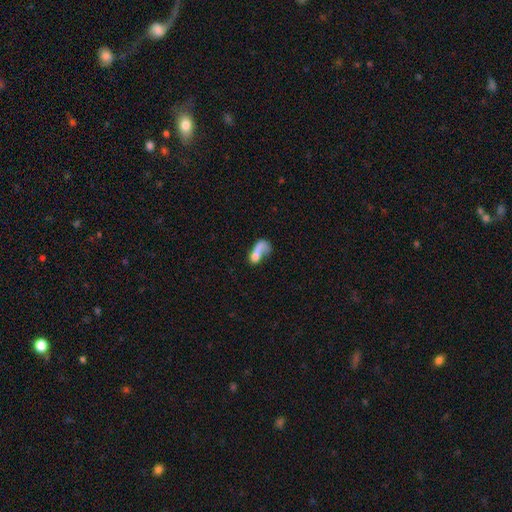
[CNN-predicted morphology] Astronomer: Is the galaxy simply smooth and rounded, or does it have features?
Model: smooth — 61%.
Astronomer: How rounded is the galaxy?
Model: in between — 73%.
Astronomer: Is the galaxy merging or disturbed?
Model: major disturbance — 35% (runner-up: merger, 29%).